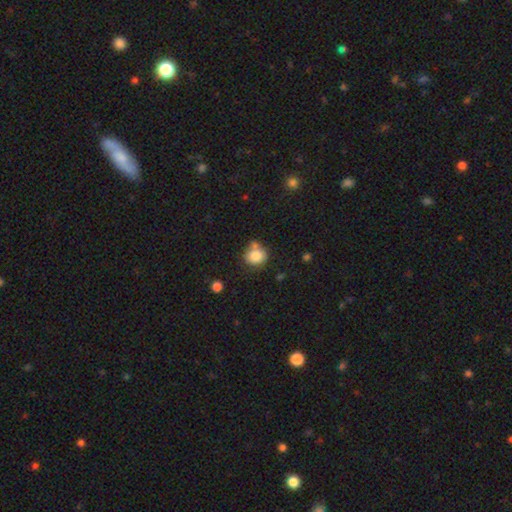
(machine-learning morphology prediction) The model was most divided on "merging": none: 59%, merger: 20%, minor disturbance: 16%, major disturbance: 5%. More confident: smooth or featured — smooth (83%); how rounded — round (81%).